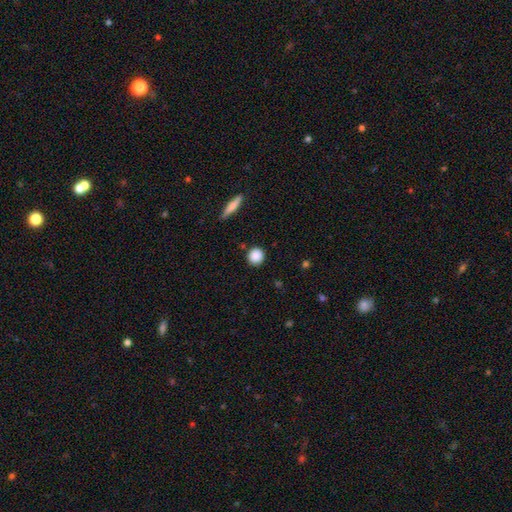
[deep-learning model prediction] Overall: smooth (88%). How rounded: round (91%). Merging: none (89%).